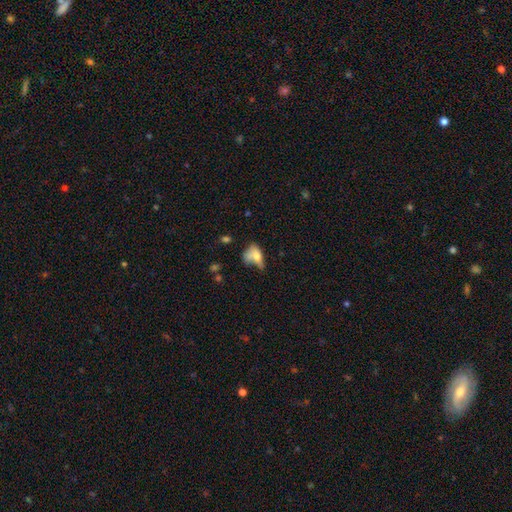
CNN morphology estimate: Smooth or featured? smooth (66%)
How rounded? in between (81%)
Merging? major disturbance (32%)